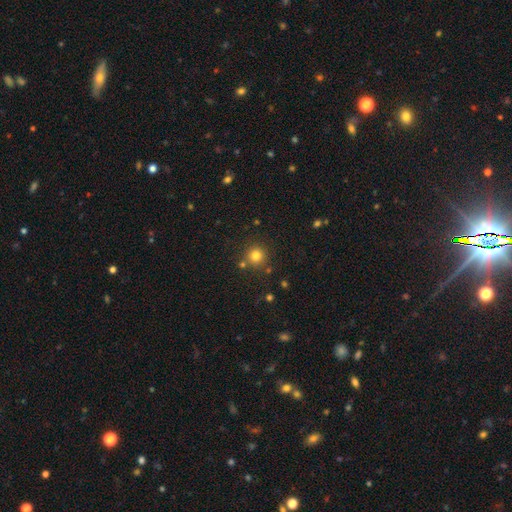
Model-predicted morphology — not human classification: A smooth galaxy with no disk features (79%) that is round (94%).

Vote fractions:
- Smooth or featured? smooth: 79% / star or artifact: 15% / featured or disk: 6%
- How rounded? round: 94% / in between: 5% / cigar-shaped: 1%
- Merging? none: 82% / merger: 8% / minor disturbance: 8% / major disturbance: 3%